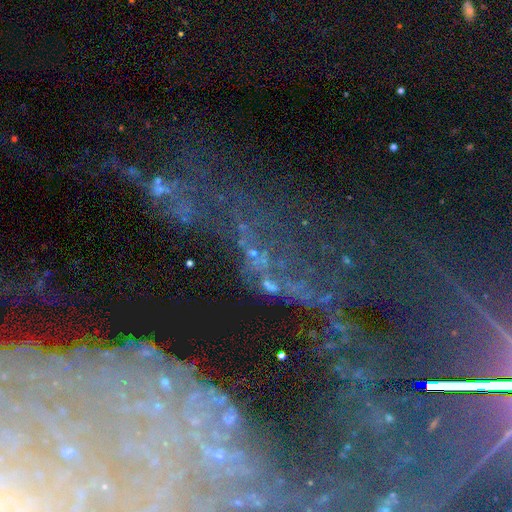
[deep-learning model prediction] Smooth or featured? star or artifact (54%)